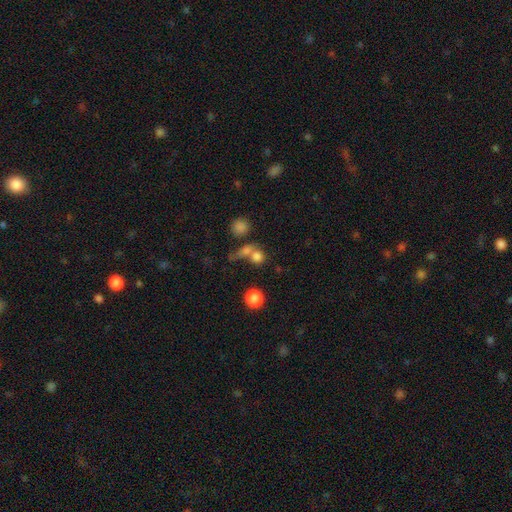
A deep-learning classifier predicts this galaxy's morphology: This appears to be a smooth galaxy with no disk features (71%) that is round (82%). Merging: none (45%).